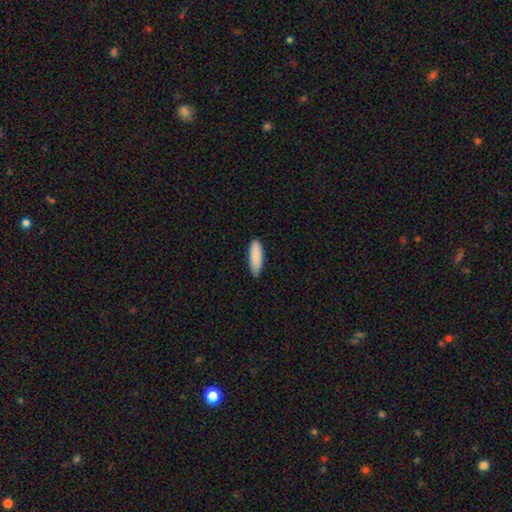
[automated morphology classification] This appears to be a smooth galaxy with no disk features (89%) that is in between round and cigar-shaped (55%). Merging: none (81%).